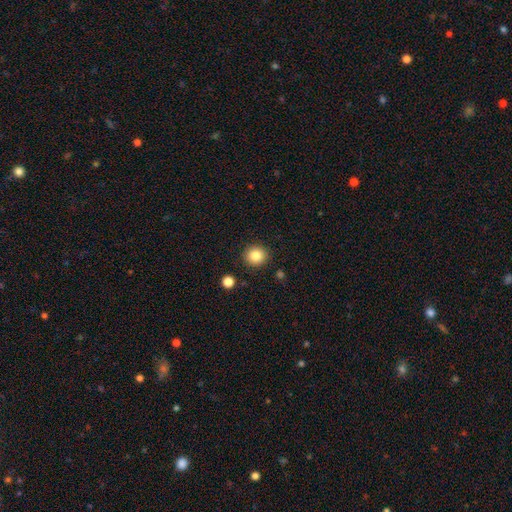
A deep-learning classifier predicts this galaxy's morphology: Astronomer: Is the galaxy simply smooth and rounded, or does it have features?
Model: smooth — 84%.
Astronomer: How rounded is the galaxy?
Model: round — 89%.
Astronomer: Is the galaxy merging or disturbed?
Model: none — 90%.